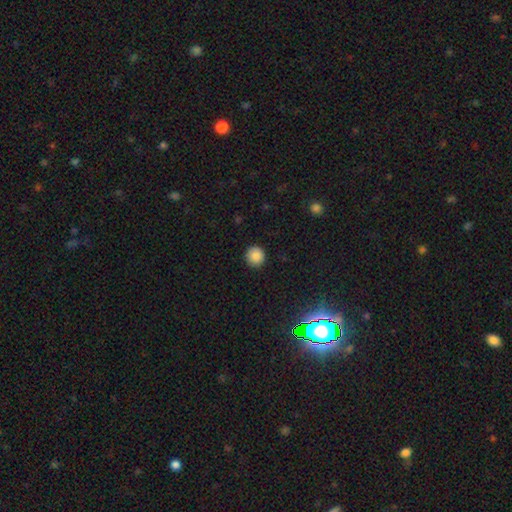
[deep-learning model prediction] A smooth galaxy with no disk features (86%) that is round (94%).

Vote fractions:
- Smooth or featured? smooth: 86% / star or artifact: 11% / featured or disk: 4%
- How rounded? round: 94% / in between: 6% / cigar-shaped: 1%
- Merging? none: 91% / minor disturbance: 6% / major disturbance: 2% / merger: 1%